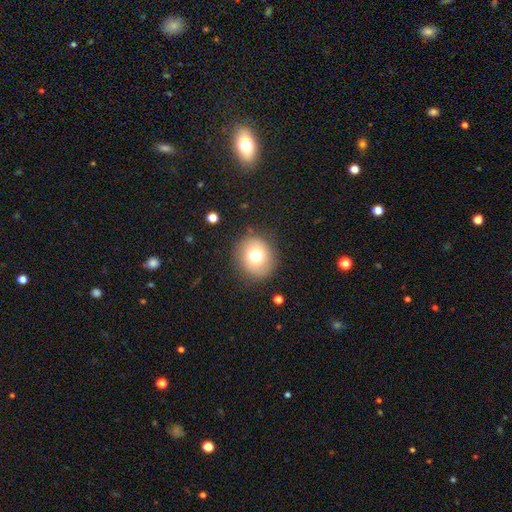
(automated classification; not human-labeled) Overall: smooth (75%). How rounded: round (79%). Merging: none (86%).